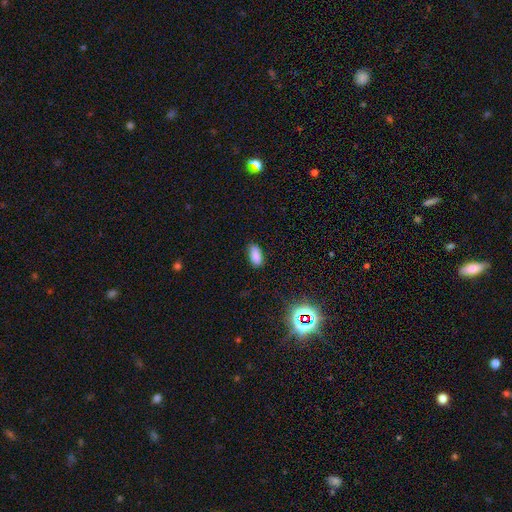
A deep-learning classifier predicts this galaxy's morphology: A smooth galaxy with no disk features (84%) that is in between round and cigar-shaped (90%).

Vote fractions:
- Smooth or featured? smooth: 84% / star or artifact: 12% / featured or disk: 4%
- How rounded? in between: 90% / cigar-shaped: 7% / round: 3%
- Merging? none: 83% / minor disturbance: 13% / major disturbance: 3% / merger: 1%